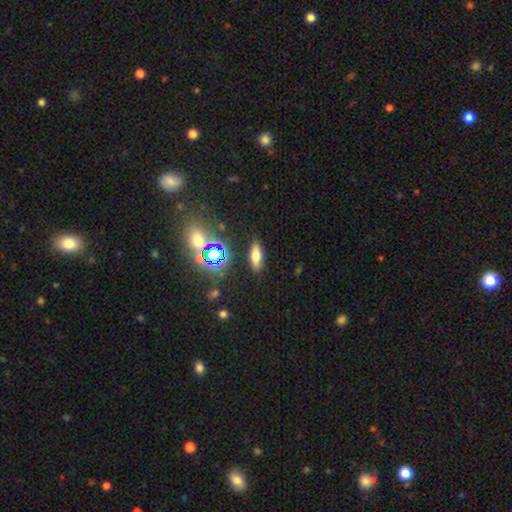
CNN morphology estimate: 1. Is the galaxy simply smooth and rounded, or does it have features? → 58% smooth, 22% featured or disk, 20% star or artifact.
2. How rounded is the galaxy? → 59% in between, 34% cigar-shaped, 7% round.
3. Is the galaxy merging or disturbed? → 85% none, 9% minor disturbance, 3% major disturbance, 2% merger.